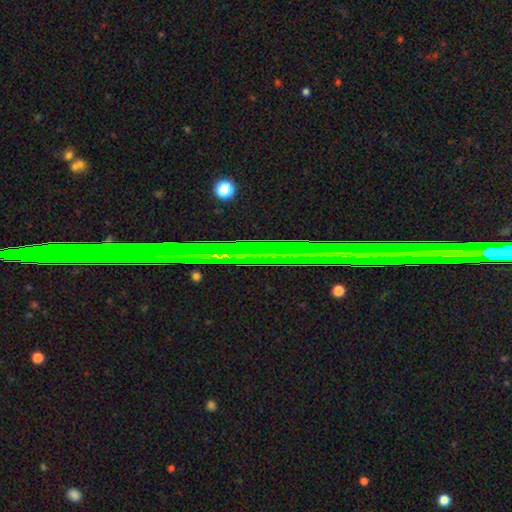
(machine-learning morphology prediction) Q: Smooth or featured?
A: star or artifact (77%); runner-up: featured or disk (14%)